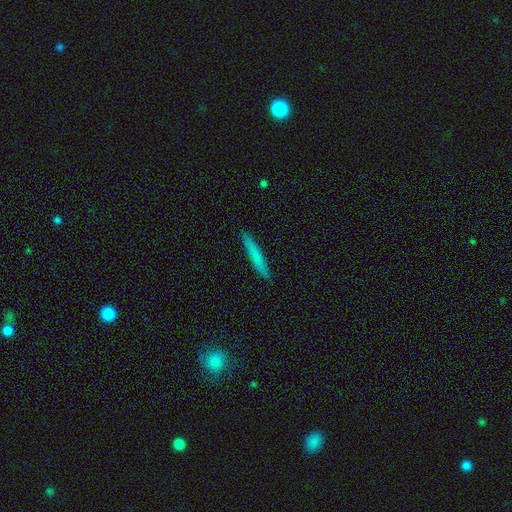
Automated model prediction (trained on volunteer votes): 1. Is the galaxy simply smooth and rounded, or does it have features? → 71% smooth, 23% featured or disk, 6% star or artifact.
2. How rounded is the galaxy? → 96% cigar-shaped, 3% in between, 1% round.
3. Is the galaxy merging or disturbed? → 92% none, 6% minor disturbance, 1% major disturbance, 1% merger.